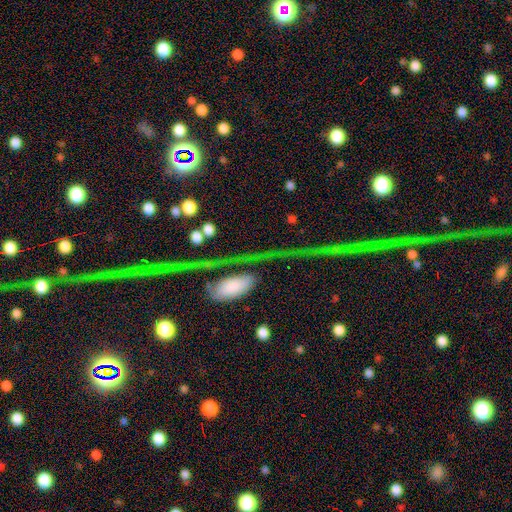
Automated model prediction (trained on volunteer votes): Smooth or featured? Predicted: smooth (p=0.41). Merging? Predicted: none (p=0.55).